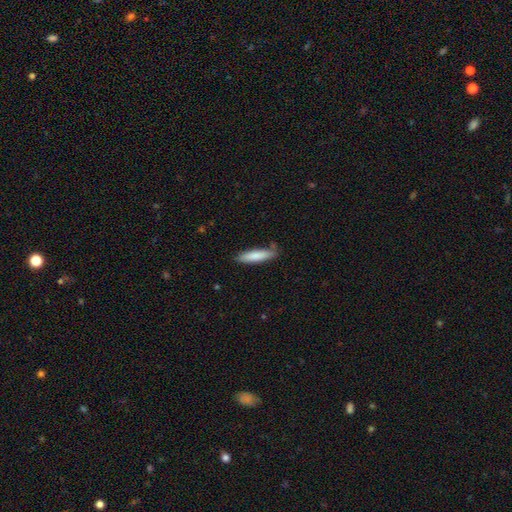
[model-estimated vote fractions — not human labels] smooth 80%, featured or disk 14%, star or artifact 6%. Down the decision tree: how rounded — cigar-shaped (76%); merging — none (79%).